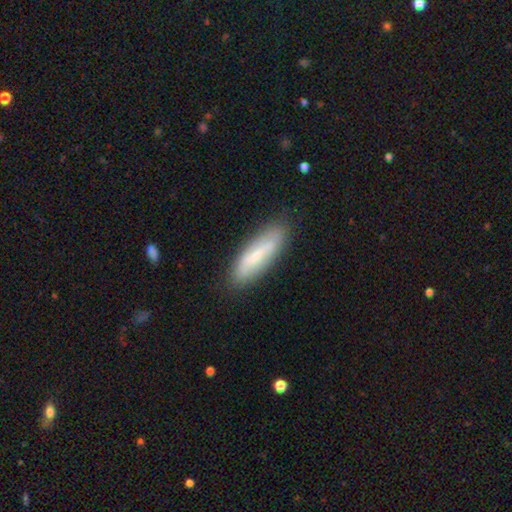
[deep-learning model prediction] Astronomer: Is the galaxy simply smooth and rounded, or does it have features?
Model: smooth — 60%.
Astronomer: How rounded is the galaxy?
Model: cigar-shaped — 59% (runner-up: in between, 40%).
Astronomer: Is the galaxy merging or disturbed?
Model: none — 80%.